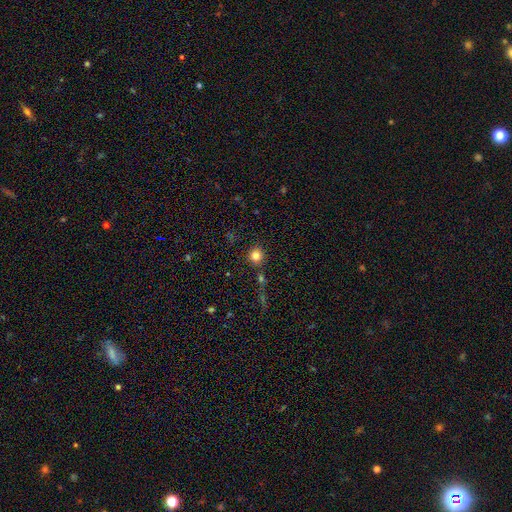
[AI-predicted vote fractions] The model was most divided on "smooth or featured": smooth: 81%, star or artifact: 12%, featured or disk: 6%. More confident: how rounded — round (91%); merging — none (83%).